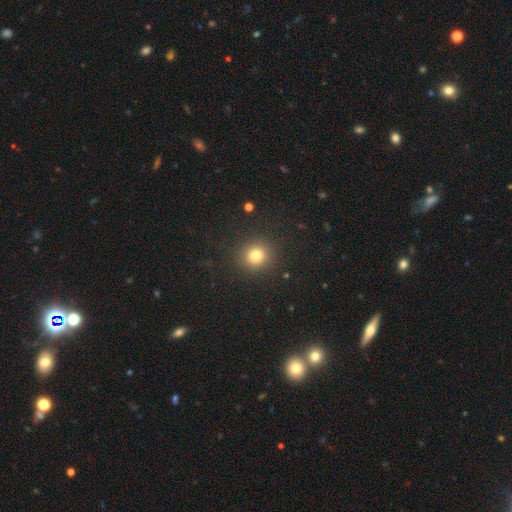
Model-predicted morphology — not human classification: Smooth or featured: smooth — 78% (star or artifact — 15%)
How rounded: round — 91% (in between — 8%)
Merging: none — 90% (minor disturbance — 6%)